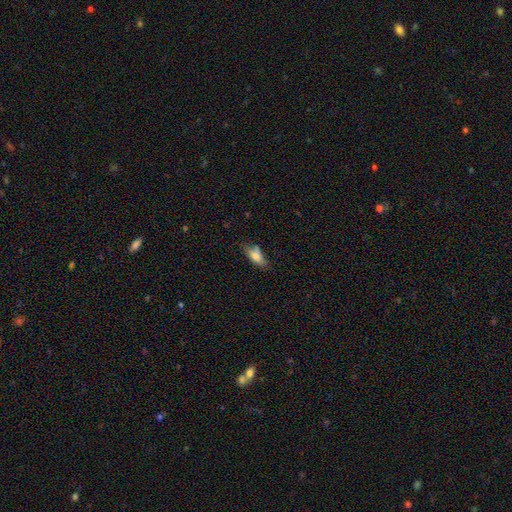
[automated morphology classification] smooth 73%, featured or disk 19%, star or artifact 9%. Down the decision tree: how rounded — in between (74%); merging — none (54%).